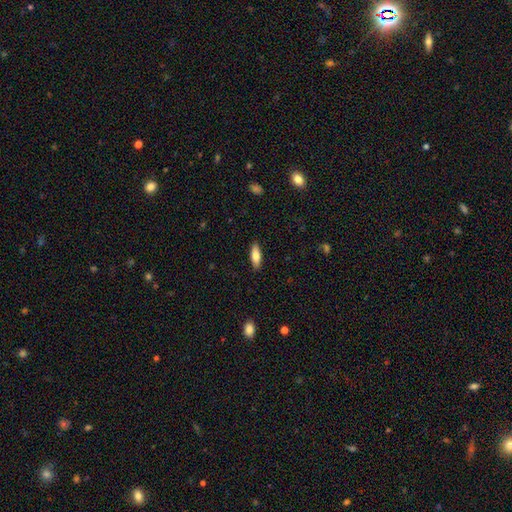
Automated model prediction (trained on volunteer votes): Smooth or featured: smooth — 77% (featured or disk — 17%)
How rounded: in between — 63% (cigar-shaped — 35%)
Merging: none — 89% (minor disturbance — 8%)